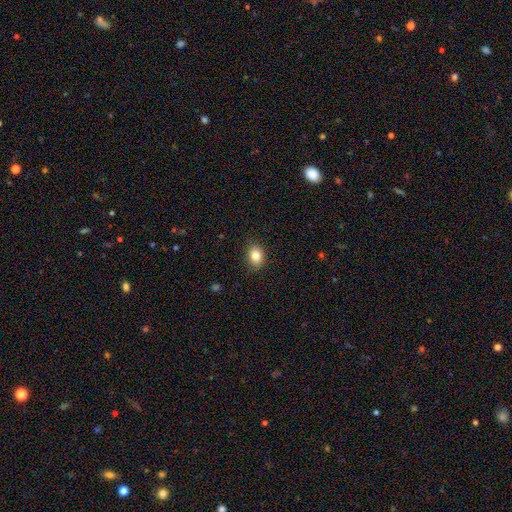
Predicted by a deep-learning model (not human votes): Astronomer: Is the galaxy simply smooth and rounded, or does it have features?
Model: smooth — 83%.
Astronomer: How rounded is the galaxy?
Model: in between — 63%.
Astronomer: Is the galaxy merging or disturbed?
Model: none — 87%.